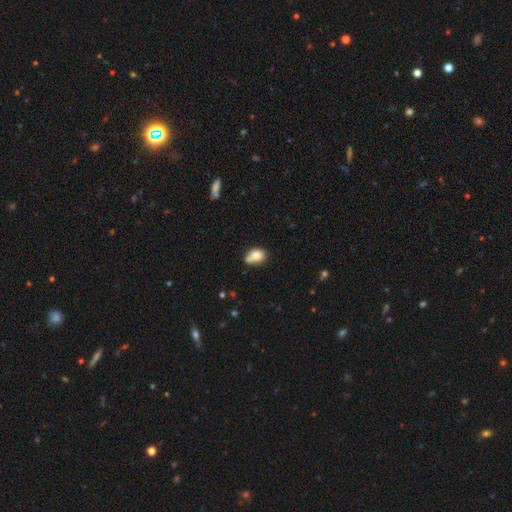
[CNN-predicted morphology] This appears to be a smooth galaxy with no disk features (77%) that is in between round and cigar-shaped (65%). Merging: none (42%).